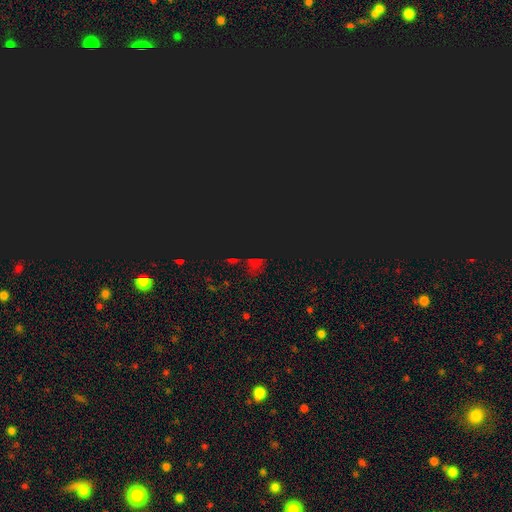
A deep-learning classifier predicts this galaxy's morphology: smooth_or_featured: star or artifact (p=0.75) [alt: smooth p=0.17]